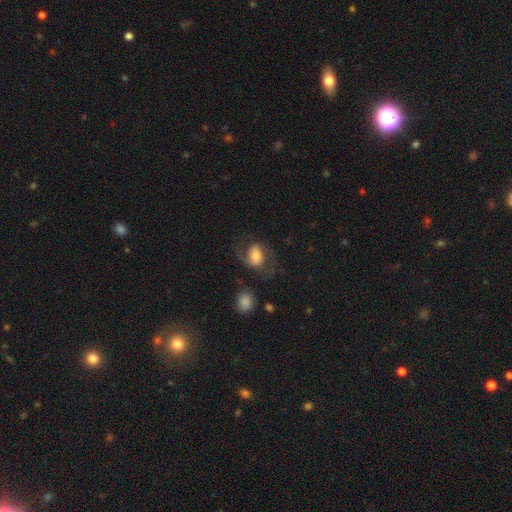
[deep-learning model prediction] Overall: featured or disk (60%; smooth 33%). Edge-on disk: no (97%). Bar: weak (41%; no 37%). Spiral arms: yes (89%). Spiral arm count: 2 (86%). Spiral winding: medium (53%; loose 33%). Bulge size: moderate (45%; large 30%). Merging: none (60%).